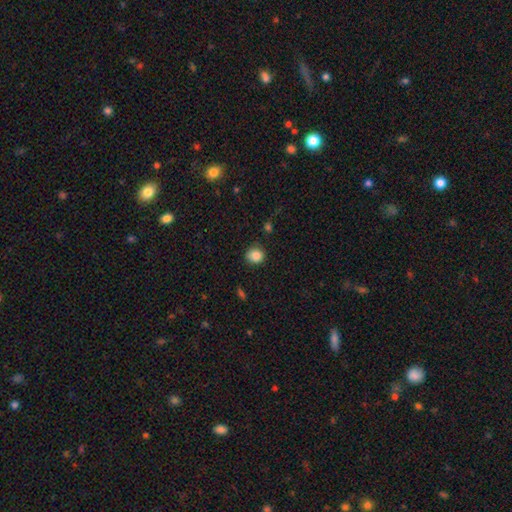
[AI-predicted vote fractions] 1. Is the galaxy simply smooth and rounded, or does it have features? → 86% smooth, 10% star or artifact, 4% featured or disk.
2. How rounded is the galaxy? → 79% round, 20% in between, 1% cigar-shaped.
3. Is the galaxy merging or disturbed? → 81% none, 13% minor disturbance, 3% major disturbance, 2% merger.